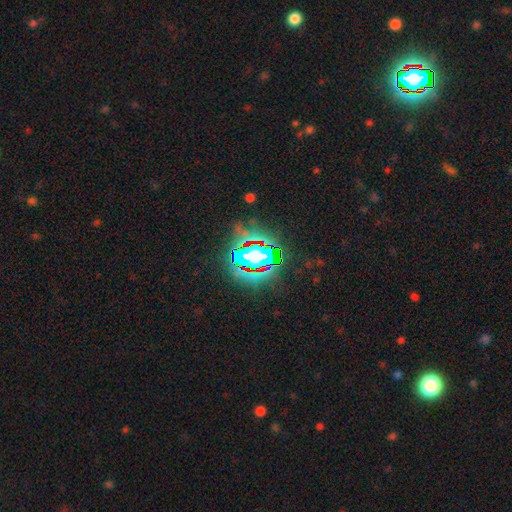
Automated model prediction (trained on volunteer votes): star or artifact 62%, smooth 21%, featured or disk 17%.